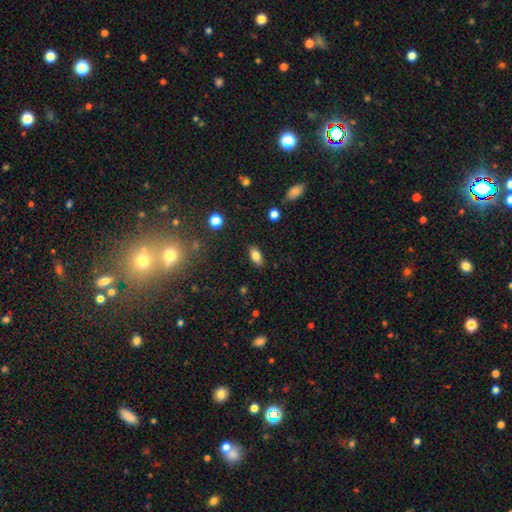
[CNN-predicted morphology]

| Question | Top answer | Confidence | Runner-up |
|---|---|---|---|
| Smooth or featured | smooth | 81% | featured or disk (10%) |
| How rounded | in between | 88% | cigar-shaped (7%) |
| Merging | none | 87% | minor disturbance (9%) |